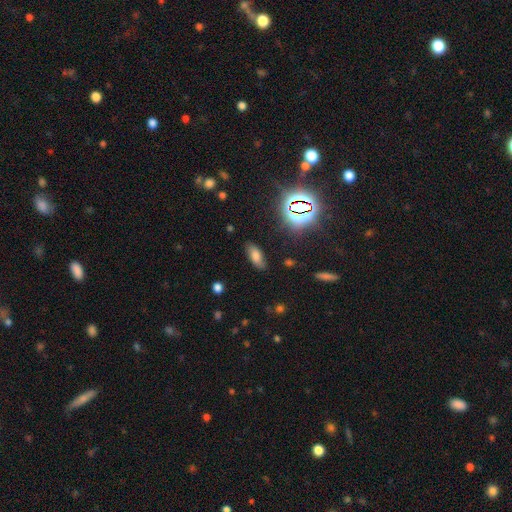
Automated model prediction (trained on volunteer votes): smooth_or_featured: smooth (p=0.69) [alt: star or artifact p=0.16]
how_rounded: in between (p=0.85) [alt: cigar-shaped p=0.12]
merging: none (p=0.82) [alt: minor disturbance p=0.13]